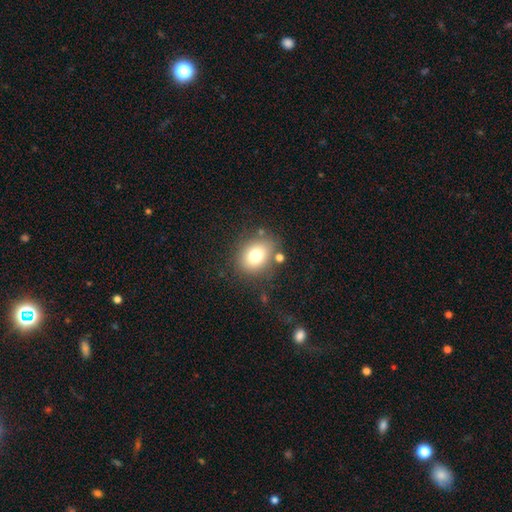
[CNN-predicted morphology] Smooth or featured: smooth — 76% (featured or disk — 13%)
How rounded: in between — 52% (round — 47%)
Merging: none — 76% (minor disturbance — 13%)